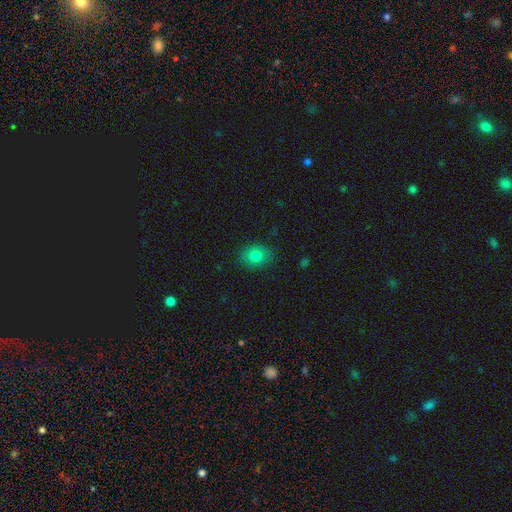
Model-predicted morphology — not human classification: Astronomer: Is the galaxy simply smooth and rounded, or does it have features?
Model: smooth — 80%.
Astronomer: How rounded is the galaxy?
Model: in between — 58% (runner-up: round, 41%).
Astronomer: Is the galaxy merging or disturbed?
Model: none — 84%.